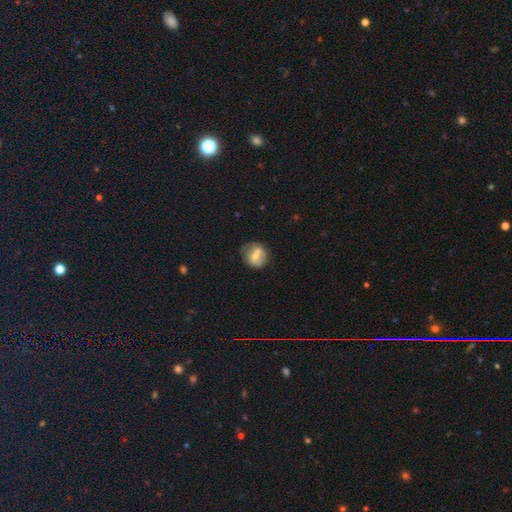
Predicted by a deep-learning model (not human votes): This appears to be a smooth galaxy with no disk features (54%) that is round (76%). Merging: none (57%).